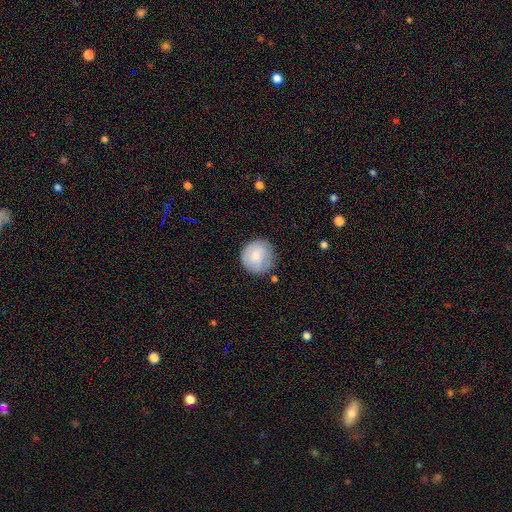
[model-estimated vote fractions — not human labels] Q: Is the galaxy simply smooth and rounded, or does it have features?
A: smooth — 74%.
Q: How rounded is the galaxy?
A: round — 93%.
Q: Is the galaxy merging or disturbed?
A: none — 78%.